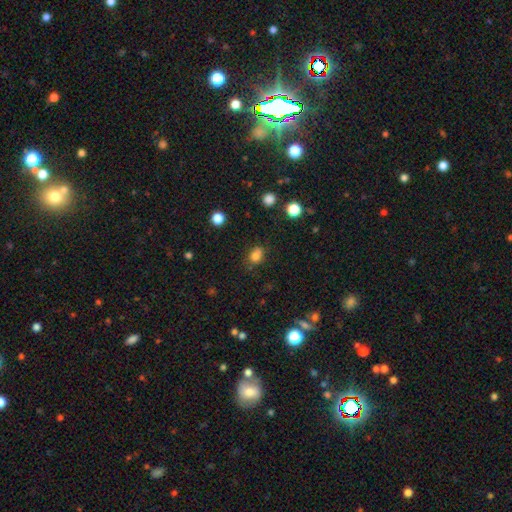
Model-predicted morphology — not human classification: Smooth or featured?
  - smooth: 80% *
  - star or artifact: 14%
  - featured or disk: 6%
How rounded?
  - in between: 63% *
  - round: 35%
  - cigar-shaped: 2%
Merging?
  - none: 68% *
  - minor disturbance: 21%
  - major disturbance: 7%
  - merger: 4%